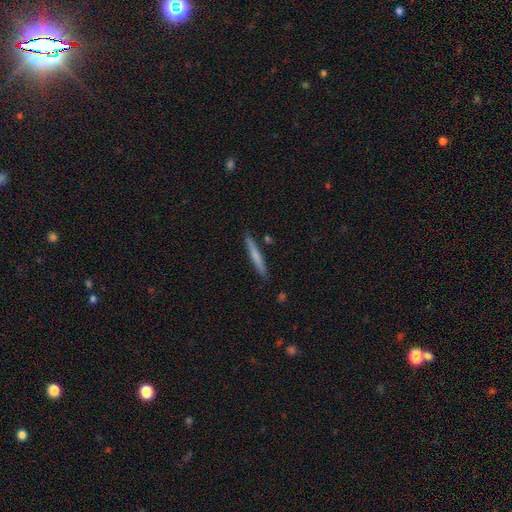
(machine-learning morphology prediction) A smooth galaxy with no disk features (65%) that is cigar-shaped (96%).

Vote fractions:
- Smooth or featured? smooth: 65% / featured or disk: 29% / star or artifact: 6%
- How rounded? cigar-shaped: 96% / in between: 3% / round: 1%
- Merging? none: 88% / minor disturbance: 8% / merger: 2% / major disturbance: 1%